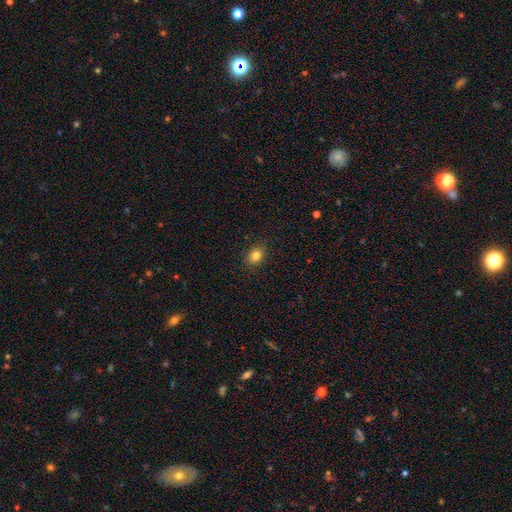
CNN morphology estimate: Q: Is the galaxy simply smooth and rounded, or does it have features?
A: smooth — 83%.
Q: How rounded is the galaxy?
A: in between — 60%.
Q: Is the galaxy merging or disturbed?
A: none — 88%.